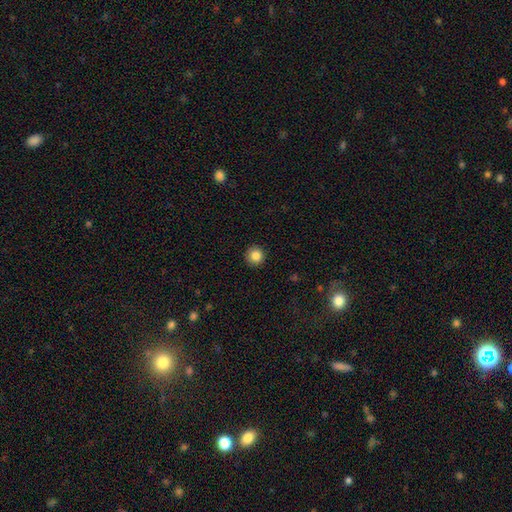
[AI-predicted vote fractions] This appears to be a smooth galaxy with no disk features (85%) that is round (95%). Merging: none (92%).